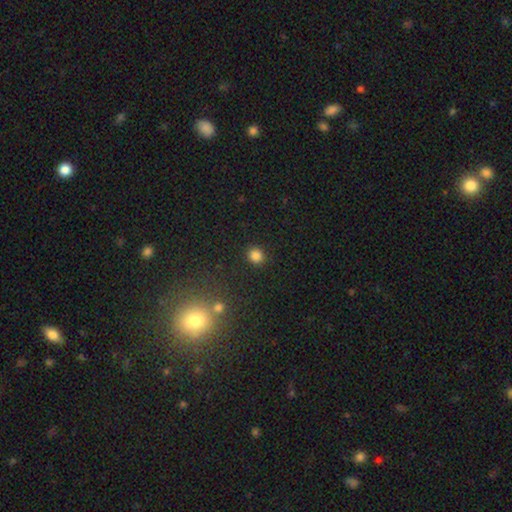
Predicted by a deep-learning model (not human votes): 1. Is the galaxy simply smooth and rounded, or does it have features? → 83% smooth, 13% star or artifact, 4% featured or disk.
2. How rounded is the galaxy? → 83% round, 16% in between, 1% cigar-shaped.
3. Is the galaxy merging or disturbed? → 90% none, 6% minor disturbance, 2% major disturbance, 2% merger.